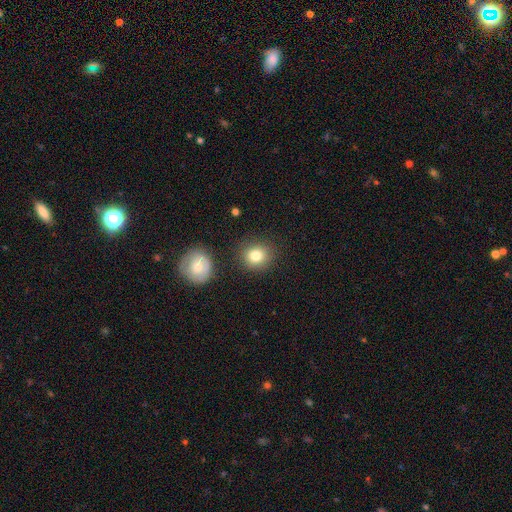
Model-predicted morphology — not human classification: smooth_or_featured: smooth (p=0.81) [alt: star or artifact p=0.10]
how_rounded: round (p=0.83) [alt: in between p=0.16]
merging: none (p=0.83) [alt: minor disturbance p=0.10]